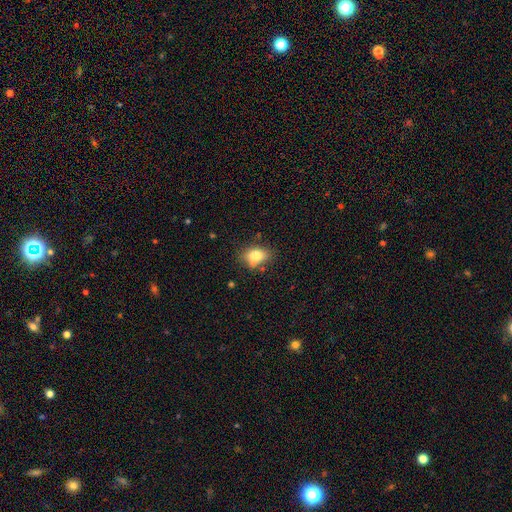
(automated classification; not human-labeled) This appears to be a smooth galaxy with no disk features (79%) that is in between round and cigar-shaped (74%). Merging: none (65%).